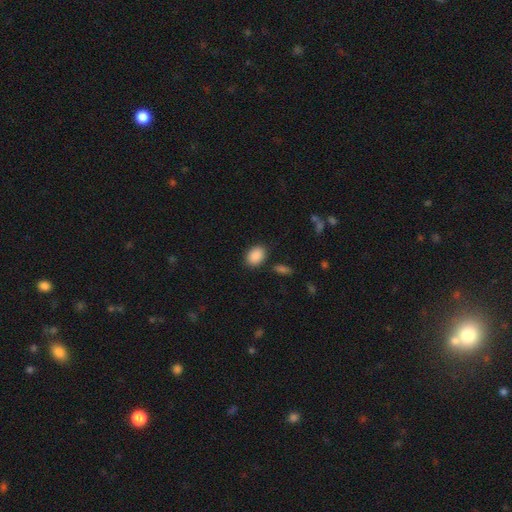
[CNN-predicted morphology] Smooth or featured? Predicted: smooth (p=0.89). How rounded? Predicted: in between (p=0.71). Merging? Predicted: none (p=0.82).